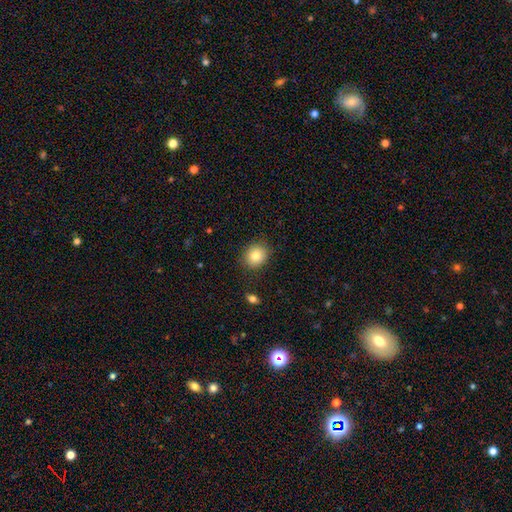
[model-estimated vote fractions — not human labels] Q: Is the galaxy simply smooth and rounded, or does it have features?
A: smooth — 82%.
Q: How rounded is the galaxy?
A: round — 66%.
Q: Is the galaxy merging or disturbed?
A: none — 87%.